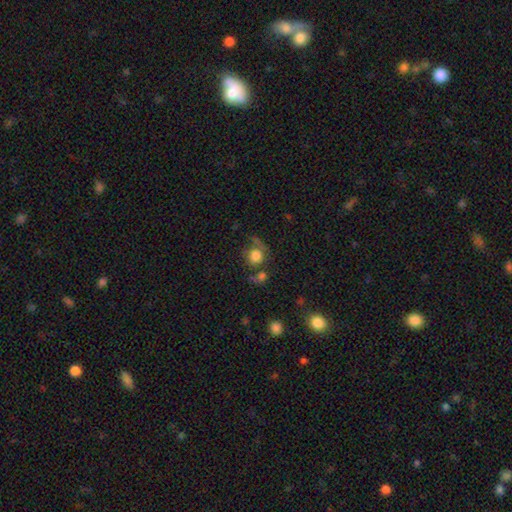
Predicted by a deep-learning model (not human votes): Morphology: type=smooth (74%); roundness=round (80%); merging=none (46%).